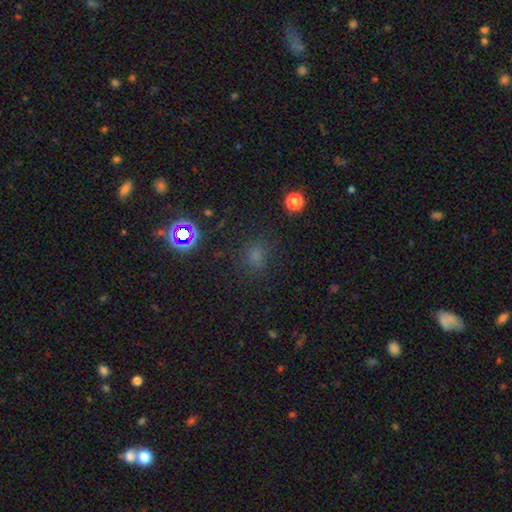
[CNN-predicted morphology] smooth 65%, star or artifact 29%, featured or disk 6%. Down the decision tree: how rounded — round (79%); merging — none (82%).